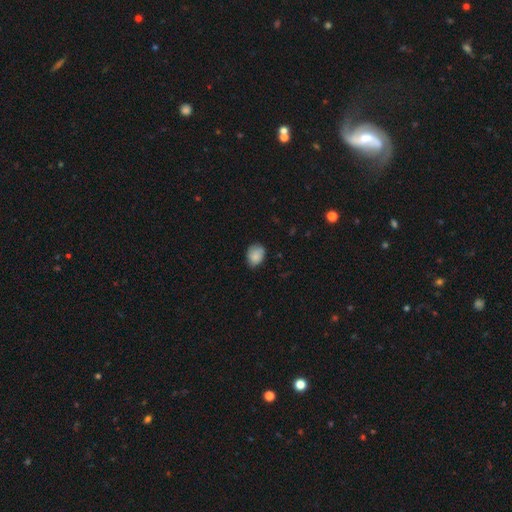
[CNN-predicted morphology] This is clearly a smooth galaxy (85%). How rounded: possibly in between (57%). Merging: likely none (70%).